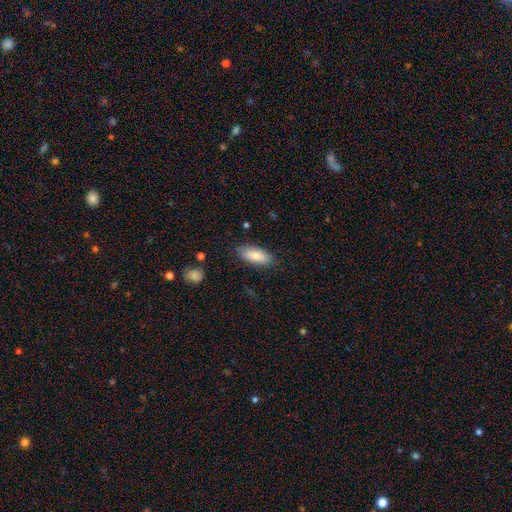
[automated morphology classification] This is clearly a smooth galaxy (82%). How rounded: clearly in between (83%). Merging: clearly none (83%).